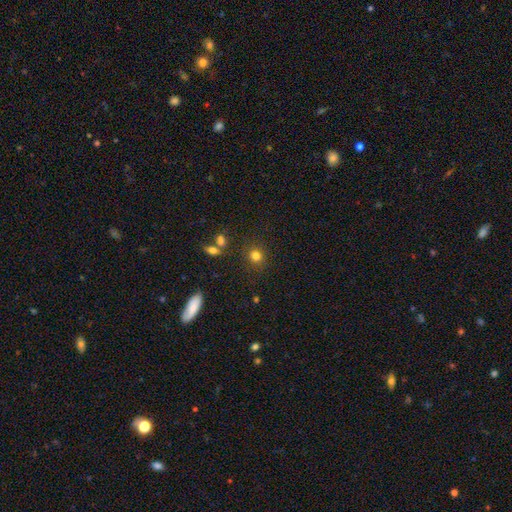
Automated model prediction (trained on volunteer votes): A smooth galaxy with no disk features (80%) that is round (85%). Merging: none (84%).